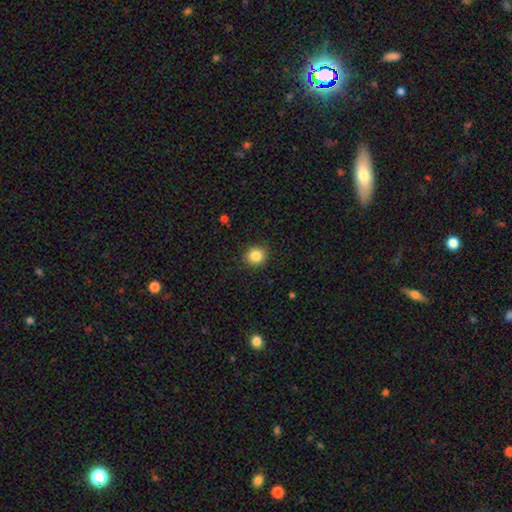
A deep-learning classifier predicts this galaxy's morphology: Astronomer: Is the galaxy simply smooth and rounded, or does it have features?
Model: smooth — 84%.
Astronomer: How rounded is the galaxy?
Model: round — 89%.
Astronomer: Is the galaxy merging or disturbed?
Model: none — 91%.